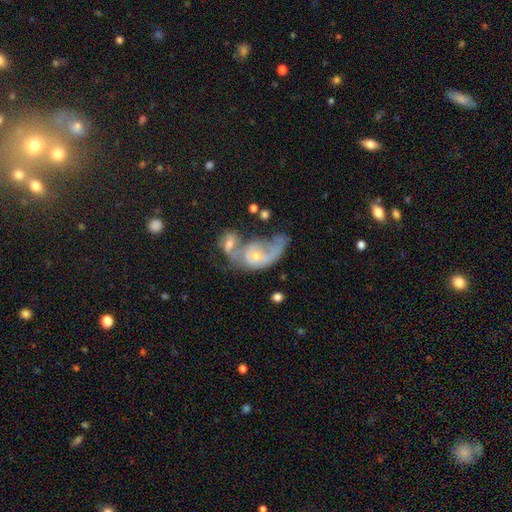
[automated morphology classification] The model was most divided on "bulge size": small: 57%, moderate: 35%, none: 4%, large: 3%, dominant: 1%. More confident: edge-on disk — no (96%); bar — no (77%); spiral arms — yes (67%); smooth or featured — featured or disk (62%); merging — merger (59%).